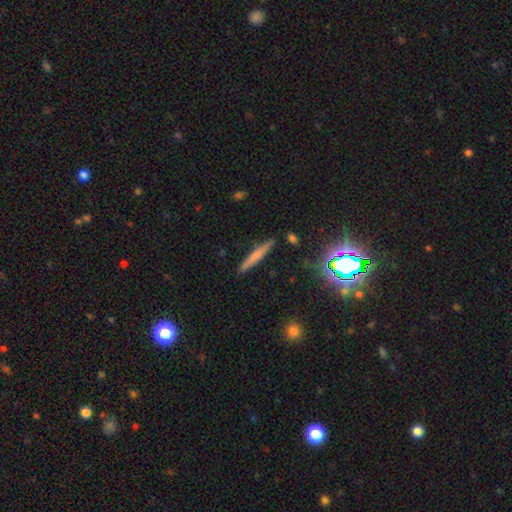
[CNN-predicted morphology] Q: Smooth or featured?
A: smooth (53%); runner-up: featured or disk (36%)
Q: How rounded?
A: cigar-shaped (93%); runner-up: in between (5%)
Q: Merging?
A: none (88%); runner-up: minor disturbance (8%)